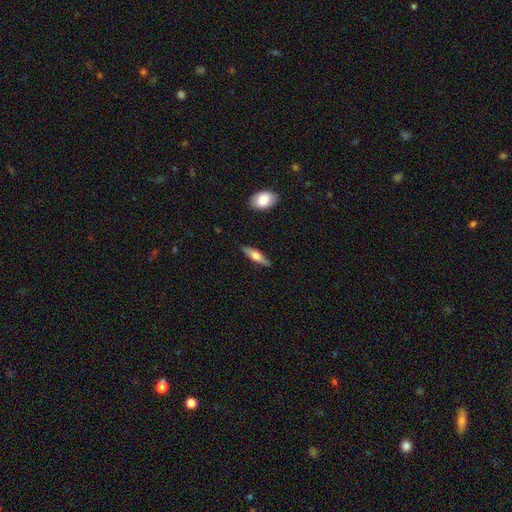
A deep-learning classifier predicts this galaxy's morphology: smooth 50%, featured or disk 44%, star or artifact 6%. Down the decision tree: merging — none (86%).